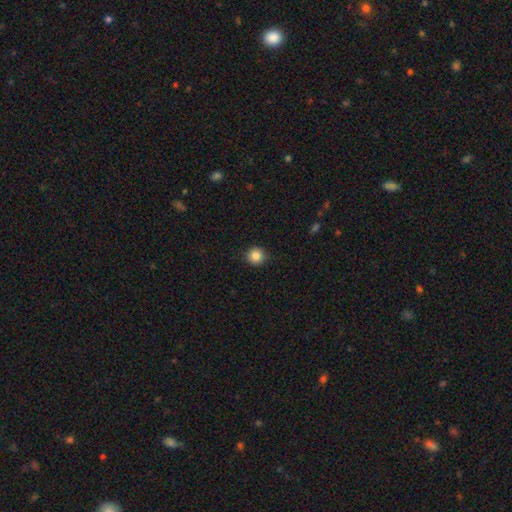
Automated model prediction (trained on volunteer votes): A smooth galaxy with no disk features (86%) that is round (94%).

Vote fractions:
- Smooth or featured? smooth: 86% / star or artifact: 10% / featured or disk: 4%
- How rounded? round: 94% / in between: 5% / cigar-shaped: 1%
- Merging? none: 90% / minor disturbance: 7% / major disturbance: 2% / merger: 1%